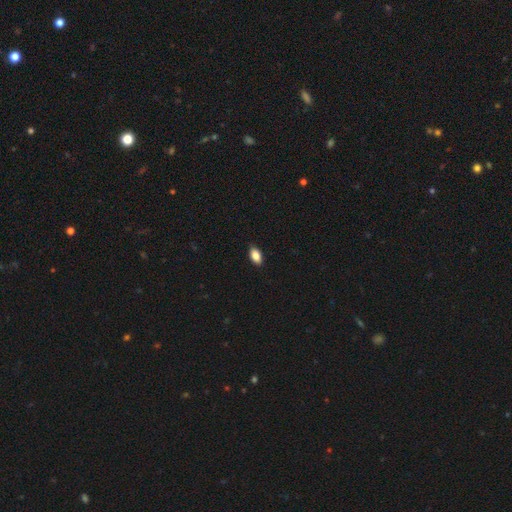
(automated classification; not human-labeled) The model was most divided on "smooth or featured": smooth: 86%, star or artifact: 8%, featured or disk: 6%. More confident: how rounded — in between (91%); merging — none (88%).